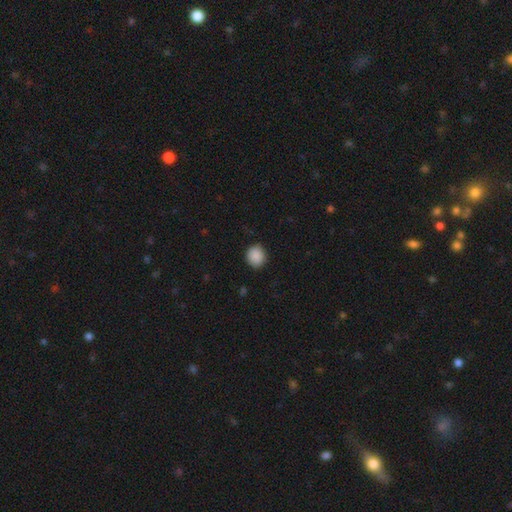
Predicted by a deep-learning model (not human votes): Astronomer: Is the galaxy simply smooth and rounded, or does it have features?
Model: smooth — 89%.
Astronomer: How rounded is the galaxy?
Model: round — 84%.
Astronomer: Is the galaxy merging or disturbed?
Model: none — 88%.